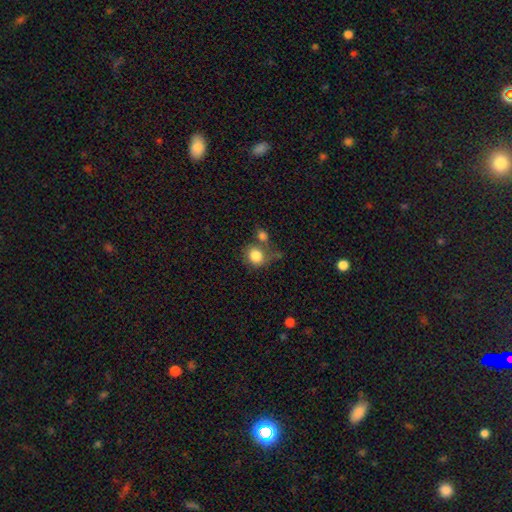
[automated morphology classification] Smooth or featured?
  - smooth: 83% *
  - star or artifact: 9%
  - featured or disk: 8%
How rounded?
  - round: 76% *
  - in between: 23%
  - cigar-shaped: 1%
Merging?
  - none: 50% *
  - merger: 25%
  - minor disturbance: 16%
  - major disturbance: 8%